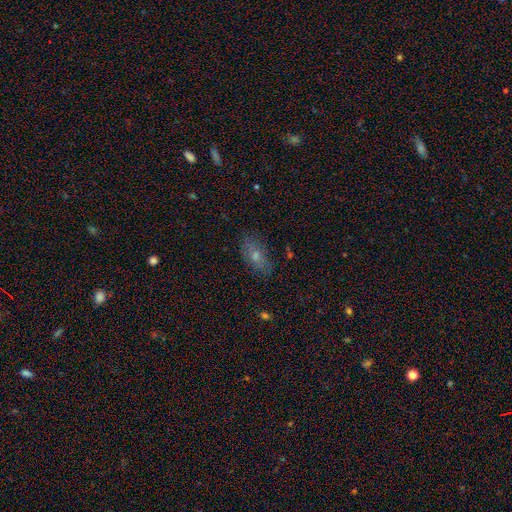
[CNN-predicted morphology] This appears to be a smooth galaxy with no disk features (51%) that is in between round and cigar-shaped (81%). Merging: none (83%).